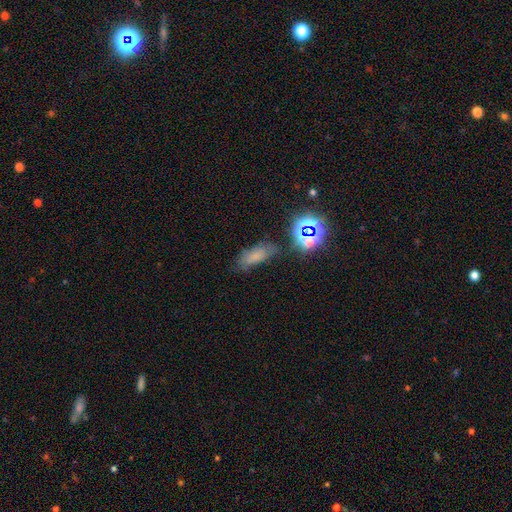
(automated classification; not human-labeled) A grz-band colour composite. It shows a smooth galaxy with no disk features (59%) that is in between round and cigar-shaped (71%). Merging: none (62%).